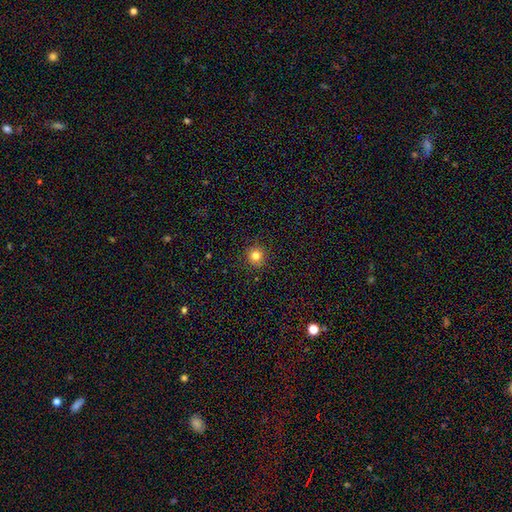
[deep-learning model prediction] Smooth or featured? Predicted: smooth (p=0.81). How rounded? Predicted: round (p=0.95). Merging? Predicted: none (p=0.91).